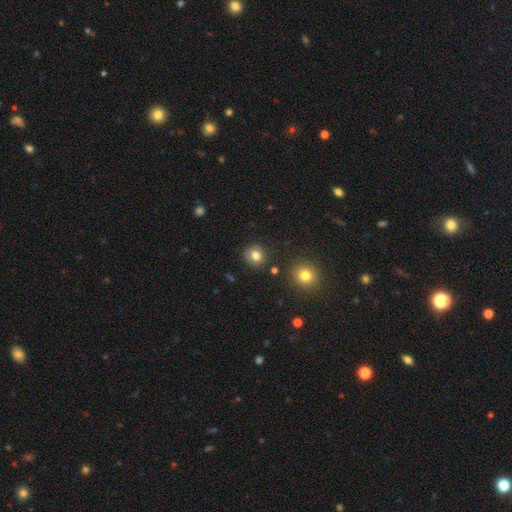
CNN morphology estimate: This appears to be a smooth galaxy with no disk features (79%) that is round (89%). Merging: none (88%).